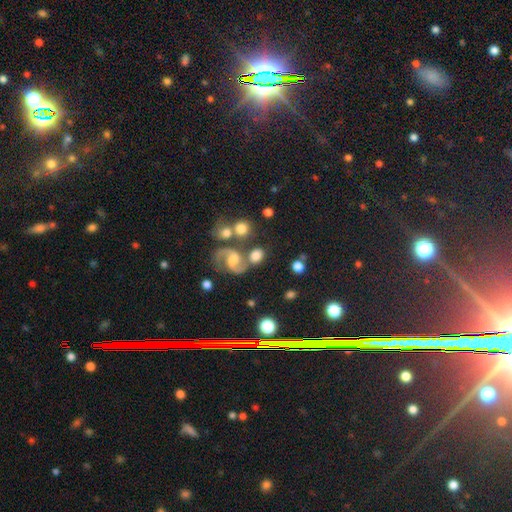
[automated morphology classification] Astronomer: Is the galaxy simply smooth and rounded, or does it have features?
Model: smooth — 50% (runner-up: featured or disk, 40%).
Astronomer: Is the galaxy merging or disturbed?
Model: none — 54%.